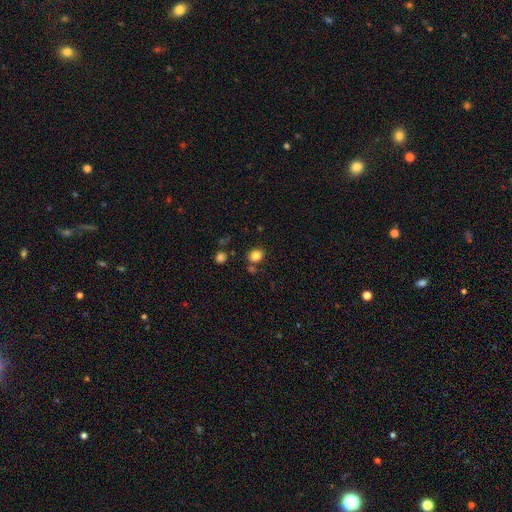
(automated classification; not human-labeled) A smooth galaxy with no disk features (83%) that is round (59%).

Vote fractions:
- Smooth or featured? smooth: 83% / star or artifact: 12% / featured or disk: 5%
- How rounded? round: 59% / in between: 40% / cigar-shaped: 1%
- Merging? none: 77% / minor disturbance: 11% / merger: 9% / major disturbance: 3%